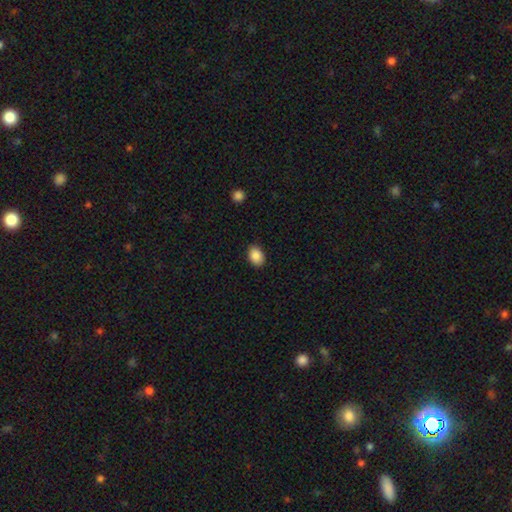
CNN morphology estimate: smooth 87%, star or artifact 8%, featured or disk 5%. Down the decision tree: how rounded — in between (78%); merging — none (88%).